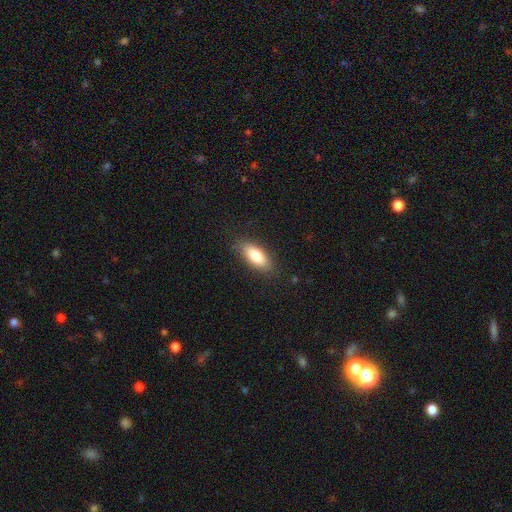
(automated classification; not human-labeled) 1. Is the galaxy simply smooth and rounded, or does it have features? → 80% smooth, 14% featured or disk, 6% star or artifact.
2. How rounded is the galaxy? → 77% in between, 21% cigar-shaped, 2% round.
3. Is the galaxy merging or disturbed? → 84% none, 12% minor disturbance, 3% major disturbance, 1% merger.